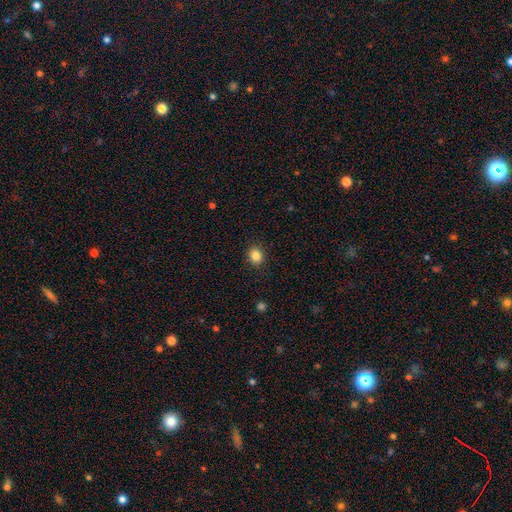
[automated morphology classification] Smooth or featured: smooth — 85% (star or artifact — 11%)
How rounded: round — 67% (in between — 32%)
Merging: none — 89% (minor disturbance — 7%)